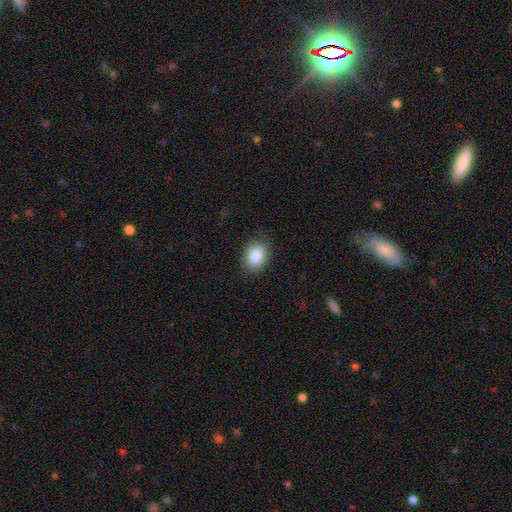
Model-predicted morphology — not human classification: Smooth or featured?
  - smooth: 87% *
  - star or artifact: 8%
  - featured or disk: 5%
How rounded?
  - in between: 65% *
  - round: 34%
  - cigar-shaped: 1%
Merging?
  - none: 84% *
  - minor disturbance: 12%
  - major disturbance: 3%
  - merger: 1%